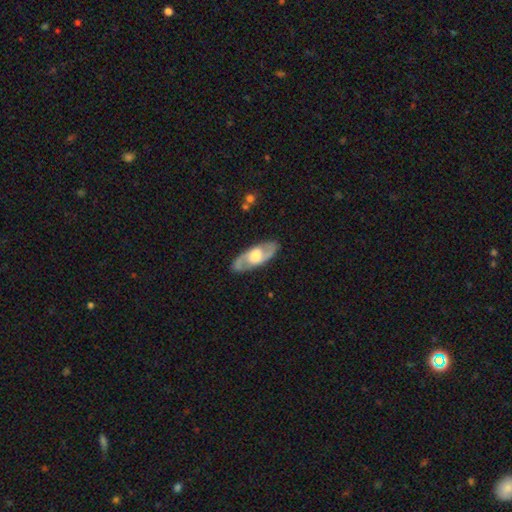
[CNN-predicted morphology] Overall: featured or disk (74%). Edge-on disk: no (83%). Bar: no (59%; weak 32%). Spiral arms: yes (79%). Bulge size: large (45%; moderate 44%). Merging: none (87%).